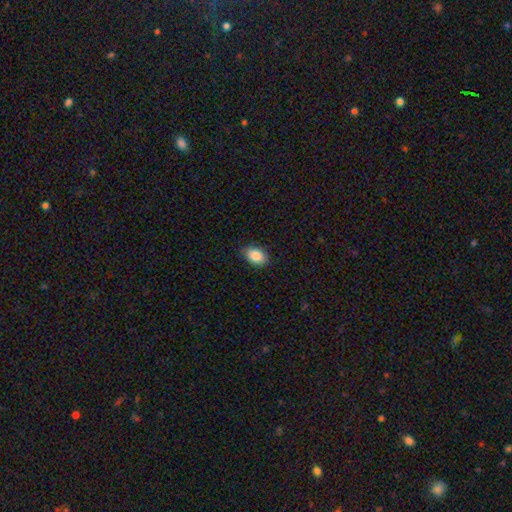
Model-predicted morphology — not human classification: smooth 88%, star or artifact 7%, featured or disk 5%. Down the decision tree: how rounded — in between (87%); merging — none (85%).